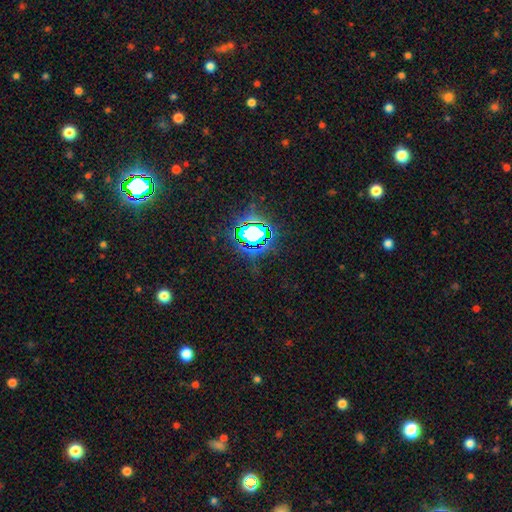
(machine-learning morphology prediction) Smooth or featured? star or artifact (82%)